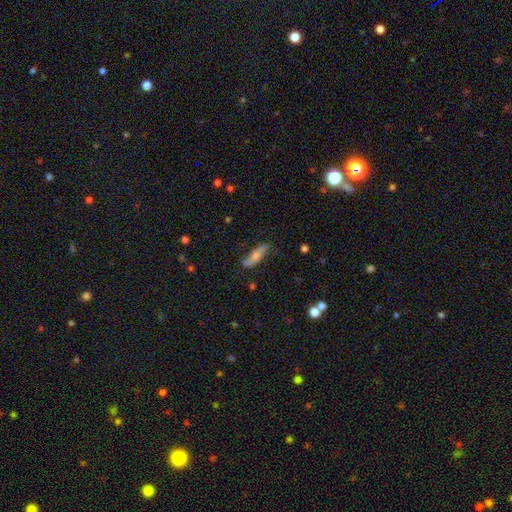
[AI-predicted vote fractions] Smooth or featured? featured or disk (48%)
Merging? none (73%)